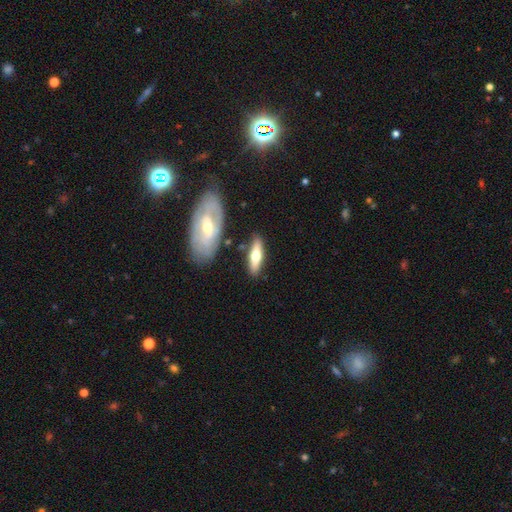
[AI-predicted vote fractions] smooth_or_featured: smooth (p=0.51) [alt: featured or disk p=0.43]
how_rounded: cigar-shaped (p=0.49) [tied with: in between p=0.49]
merging: none (p=0.80) [alt: minor disturbance p=0.12]